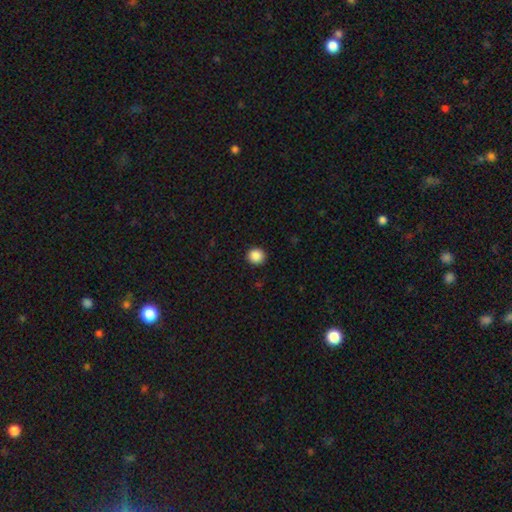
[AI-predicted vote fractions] Smooth or featured? smooth (88%)
How rounded? round (91%)
Merging? none (92%)